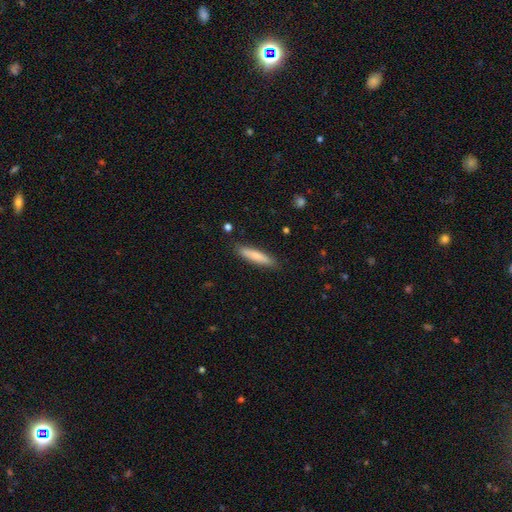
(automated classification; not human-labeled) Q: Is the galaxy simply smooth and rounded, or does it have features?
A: smooth — 78%.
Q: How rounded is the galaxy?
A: cigar-shaped — 84%.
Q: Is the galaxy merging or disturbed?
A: none — 88%.